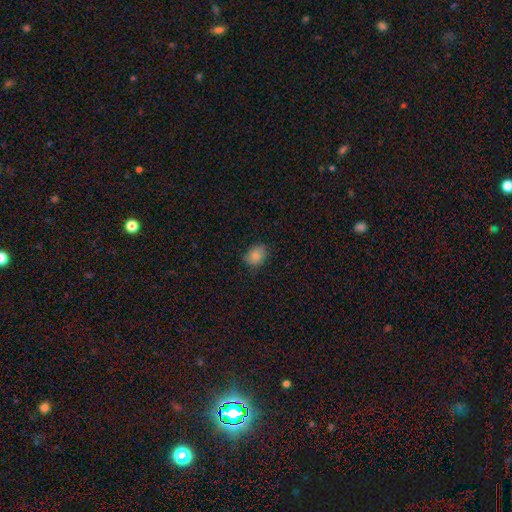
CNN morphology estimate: Smooth or featured: smooth — 85% (star or artifact — 9%)
How rounded: in between — 55% (round — 44%)
Merging: none — 81% (minor disturbance — 15%)